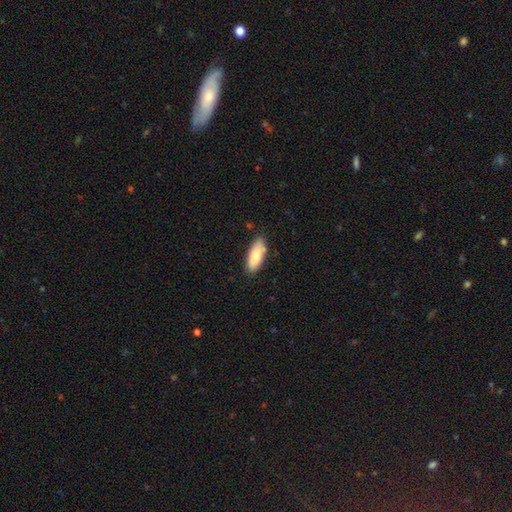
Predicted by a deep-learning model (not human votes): Smooth or featured? smooth (81%)
How rounded? in between (80%)
Merging? none (81%)